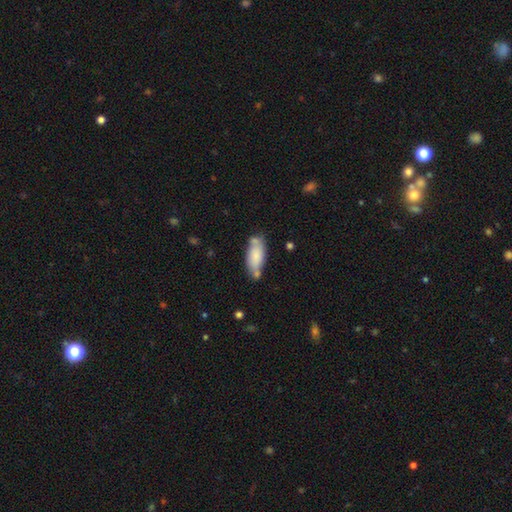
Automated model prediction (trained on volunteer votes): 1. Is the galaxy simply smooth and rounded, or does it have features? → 77% smooth, 17% featured or disk, 7% star or artifact.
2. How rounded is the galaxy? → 81% in between, 17% cigar-shaped, 2% round.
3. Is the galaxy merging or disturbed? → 58% none, 21% minor disturbance, 16% merger, 5% major disturbance.